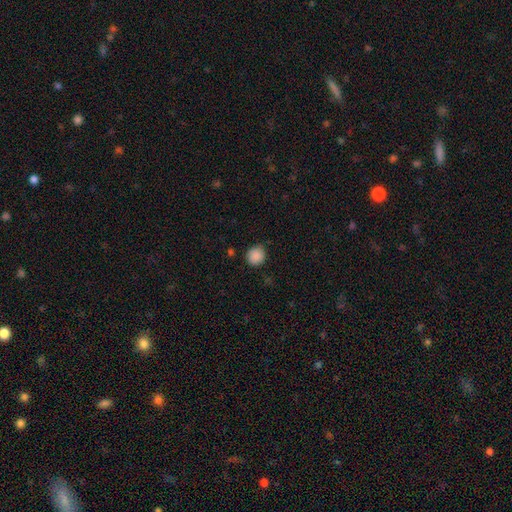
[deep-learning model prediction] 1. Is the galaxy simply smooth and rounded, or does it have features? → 88% smooth, 9% star or artifact, 3% featured or disk.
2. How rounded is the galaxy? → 84% round, 15% in between, 1% cigar-shaped.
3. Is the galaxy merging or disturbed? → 82% none, 13% minor disturbance, 3% major disturbance, 2% merger.